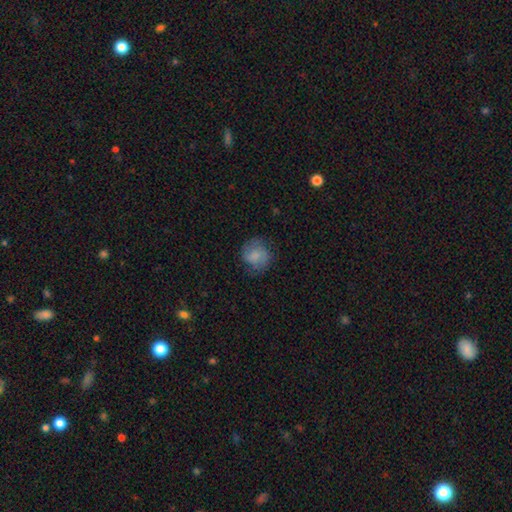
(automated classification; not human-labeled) smooth-or-featured: smooth: 66% | featured or disk: 25% | star or artifact: 8%
  how-rounded: round: 80% | in between: 19% | cigar-shaped: 1%
  merging: none: 69% | minor disturbance: 21% | major disturbance: 9% | merger: 1%